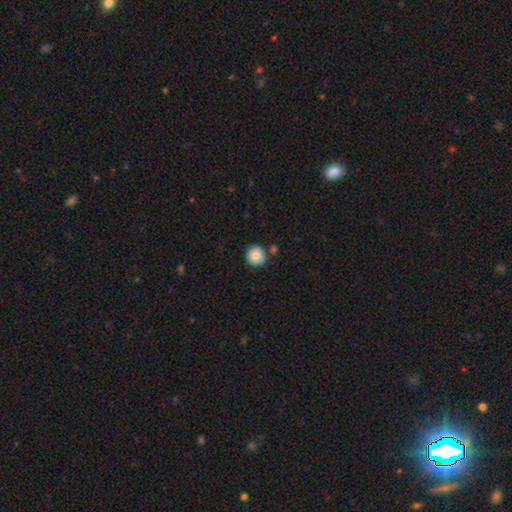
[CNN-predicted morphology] Smooth or featured? Predicted: smooth (p=0.83). How rounded? Predicted: round (p=0.94). Merging? Predicted: none (p=0.84).